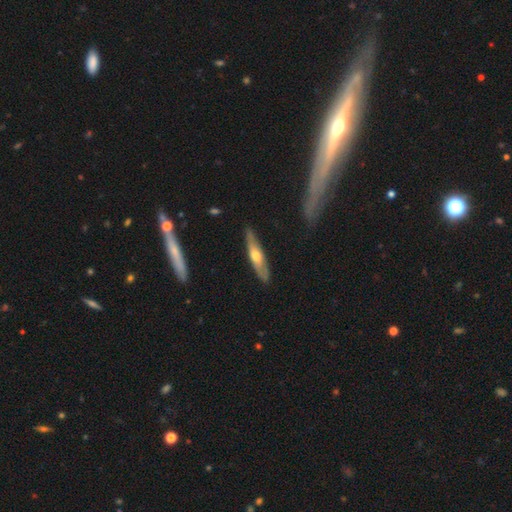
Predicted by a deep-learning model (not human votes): smooth_or_featured: featured or disk (p=0.52) [alt: smooth p=0.43]
disk_edge_on: yes (p=0.79) [alt: no p=0.21]
merging: none (p=0.84) [alt: minor disturbance p=0.12]